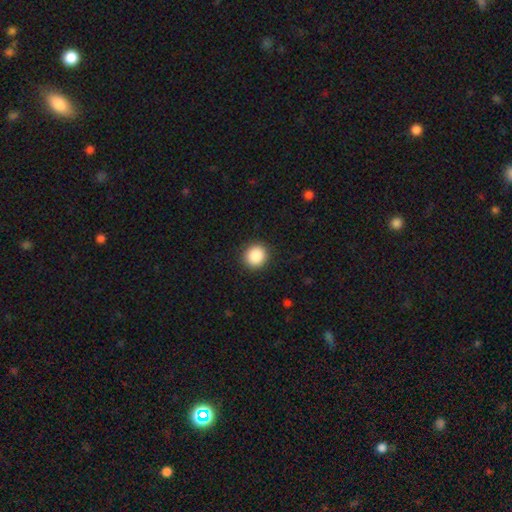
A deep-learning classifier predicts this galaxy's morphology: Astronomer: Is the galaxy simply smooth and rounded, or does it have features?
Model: smooth — 88%.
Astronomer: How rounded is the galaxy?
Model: round — 89%.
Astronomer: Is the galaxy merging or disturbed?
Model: none — 91%.